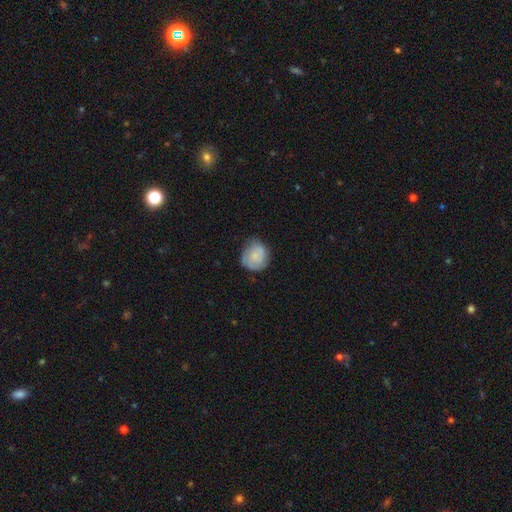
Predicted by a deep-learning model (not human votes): Smooth or featured?
  - smooth: 56% *
  - featured or disk: 36%
  - star or artifact: 7%
How rounded?
  - round: 78% *
  - in between: 21%
  - cigar-shaped: 1%
Merging?
  - none: 66% *
  - minor disturbance: 25%
  - major disturbance: 7%
  - merger: 2%